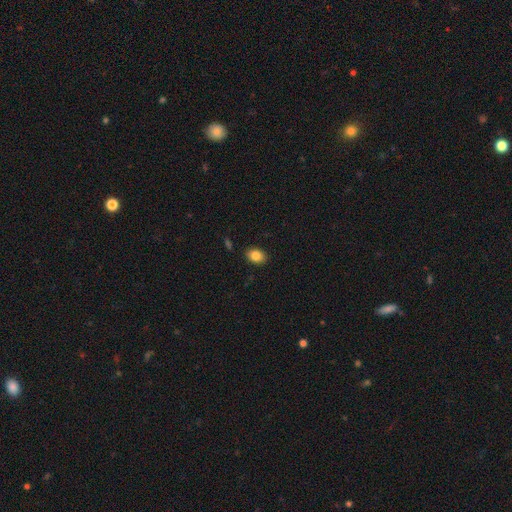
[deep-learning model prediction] Smooth or featured? Predicted: smooth (p=0.85). How rounded? Predicted: in between (p=0.71). Merging? Predicted: none (p=0.88).